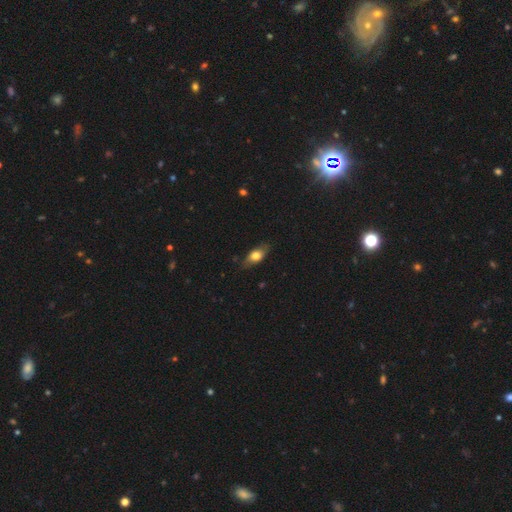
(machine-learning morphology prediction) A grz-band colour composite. It shows a smooth galaxy with no disk features (69%) that is in between round and cigar-shaped (79%). Merging: none (77%).